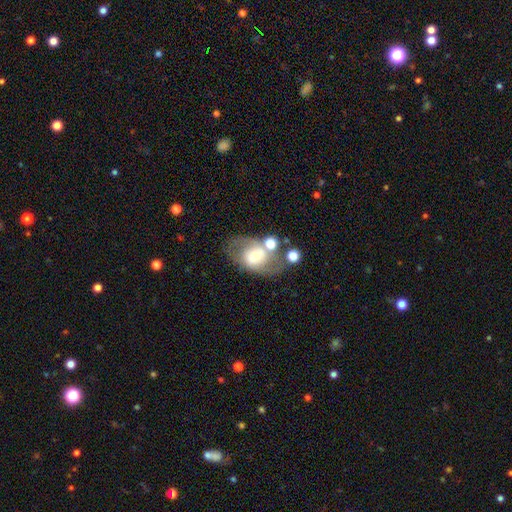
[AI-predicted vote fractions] featured or disk 47%, smooth 43%, star or artifact 10%. Down the decision tree: merging — none (47%).